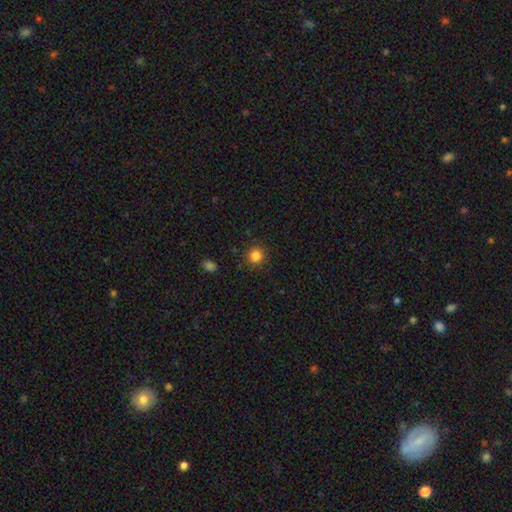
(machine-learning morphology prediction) Smooth or featured? Predicted: smooth (p=0.84). How rounded? Predicted: round (p=0.92). Merging? Predicted: none (p=0.90).